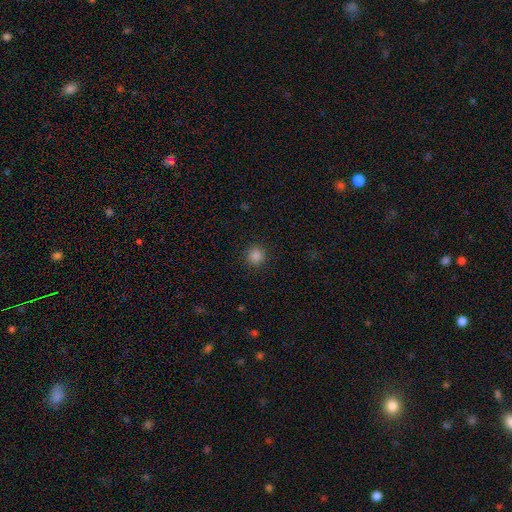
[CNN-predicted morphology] The model was most divided on "smooth or featured": smooth: 85%, star or artifact: 12%, featured or disk: 3%. More confident: how rounded — round (93%); merging — none (91%).